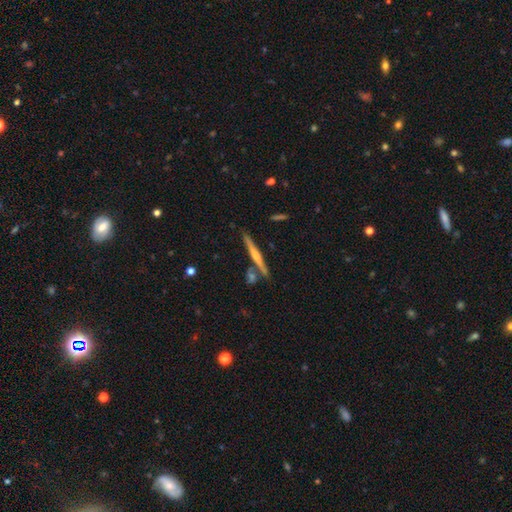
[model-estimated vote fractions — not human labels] A featured or disk galaxy (55%) viewed edge-on (97%) with no central bulge (44%). Merging: none (79%).